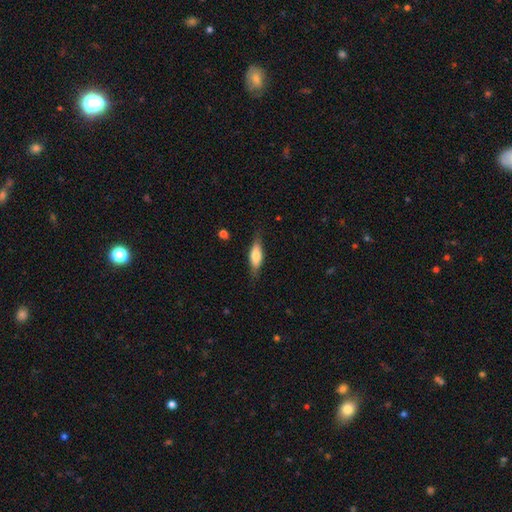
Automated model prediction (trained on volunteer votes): Morphology: type=smooth (67%); roundness=in between (58%); merging=none (78%).